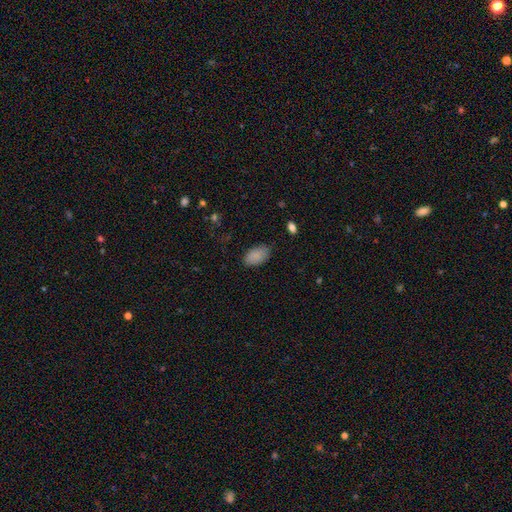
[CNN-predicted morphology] Overall: smooth (88%). How rounded: in between (94%). Merging: none (80%).